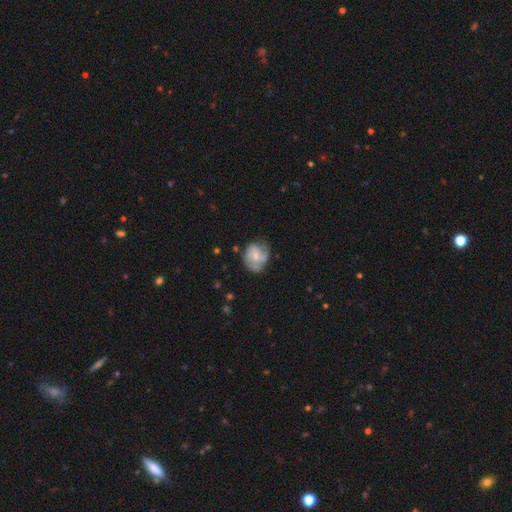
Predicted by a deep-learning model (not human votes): Morphology: type=featured or disk (66%); edge-on=no (98%); bar=no (53%); spiral arms=yes (85%); winding=medium (46%); arm count=2 (48%); bulge=small (51%); merging=none (58%).